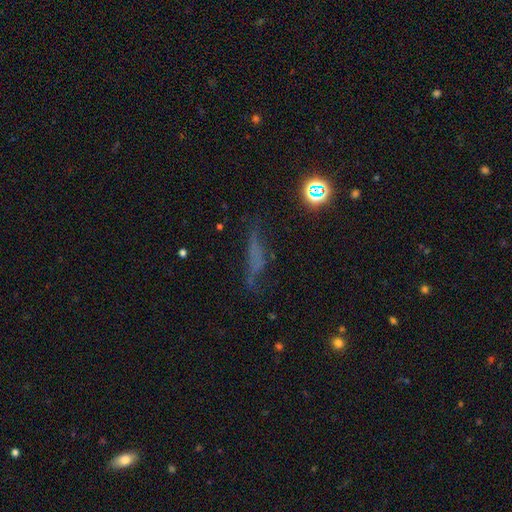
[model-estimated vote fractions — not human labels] A smooth galaxy with no disk features (40%). Merging: none (54%).